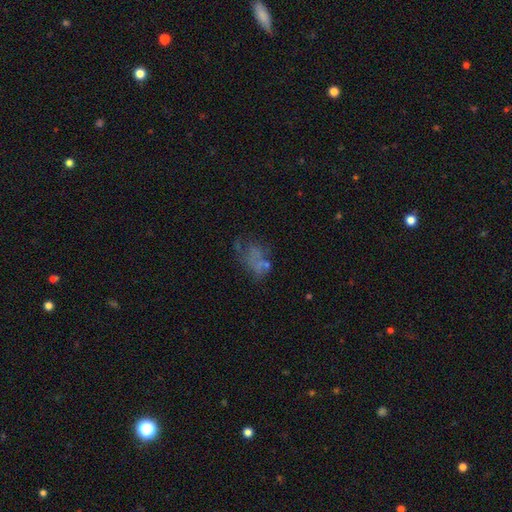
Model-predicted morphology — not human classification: smooth-or-featured: smooth: 37% | featured or disk: 36% | star or artifact: 28%
  merging: none: 45% | major disturbance: 26% | minor disturbance: 20% | merger: 10%